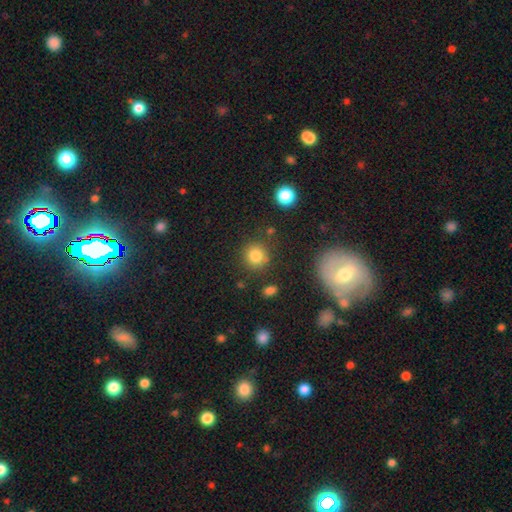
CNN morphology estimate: Smooth or featured: smooth — 82% (star or artifact — 12%)
How rounded: round — 89% (in between — 10%)
Merging: none — 82% (minor disturbance — 10%)